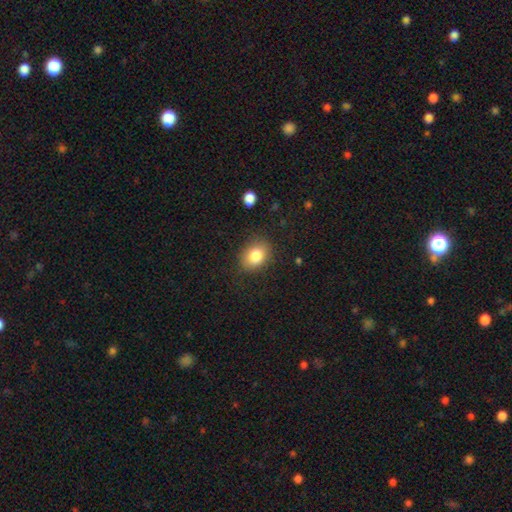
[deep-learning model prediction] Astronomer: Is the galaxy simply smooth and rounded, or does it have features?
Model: smooth — 83%.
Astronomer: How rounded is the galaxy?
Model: in between — 62% (runner-up: round, 38%).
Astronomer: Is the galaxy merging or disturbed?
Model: none — 82%.